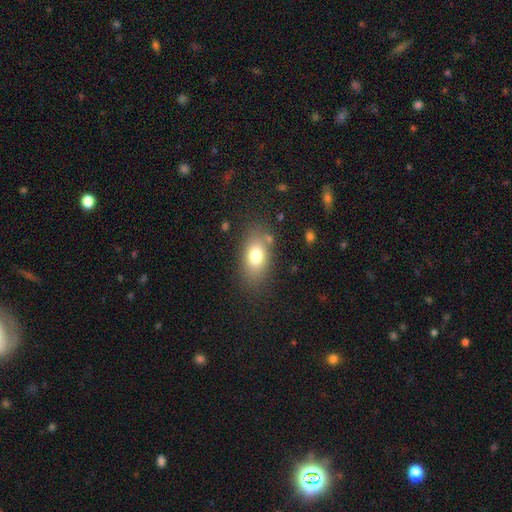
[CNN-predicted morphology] Smooth or featured? smooth (76%)
How rounded? in between (83%)
Merging? none (77%)